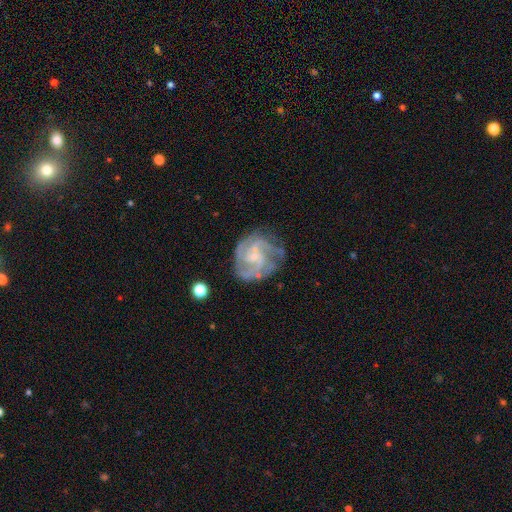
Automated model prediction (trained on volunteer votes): smooth-or-featured: featured or disk: 85% | smooth: 9% | star or artifact: 6%
  disk-edge-on: no: 98% | yes: 2%
    bar: no: 57% | weak: 36% | strong: 7%
    has-spiral-arms: yes: 95% | no: 5%
      spiral-winding: tight: 51% | medium: 41% | loose: 9%
      spiral-arm-count: 3: 36% | can't tell: 21% | 2: 19% | 4: 14% | 1: 5% | more than 4: 5%
    bulge-size: small: 71% | moderate: 18% | none: 10% | large: 1% | dominant: 1%
  merging: none: 68% | minor disturbance: 20% | major disturbance: 10% | merger: 2%